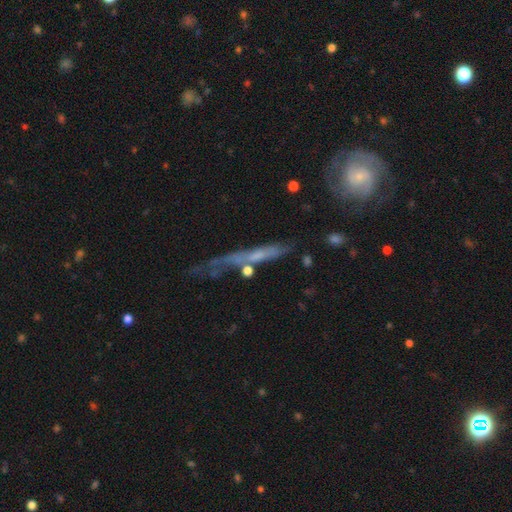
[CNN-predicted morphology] smooth-or-featured: featured or disk: 56% | smooth: 32% | star or artifact: 11%
  disk-edge-on: yes: 69% | no: 31%
  merging: none: 50% | minor disturbance: 22% | major disturbance: 16% | merger: 12%